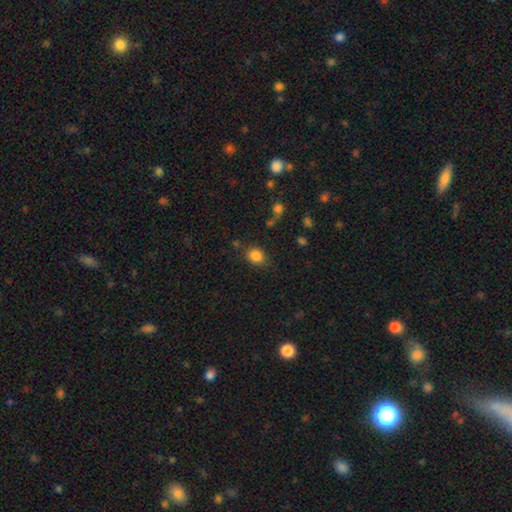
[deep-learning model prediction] Q: Smooth or featured?
A: smooth (85%); runner-up: star or artifact (10%)
Q: How rounded?
A: round (52%); runner-up: in between (47%)
Q: Merging?
A: none (79%); runner-up: minor disturbance (13%)